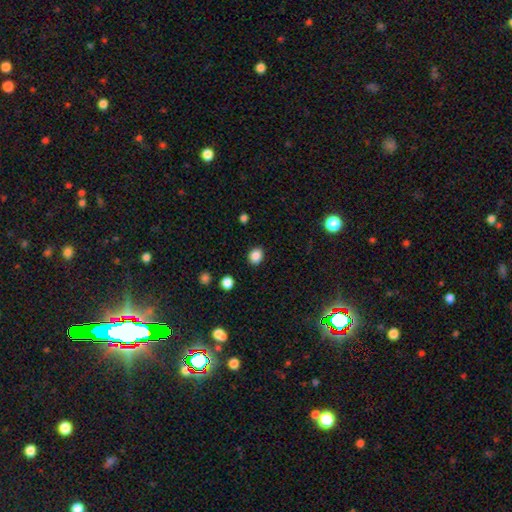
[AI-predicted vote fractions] Smooth or featured: smooth — 87% (star or artifact — 10%)
How rounded: round — 58% (in between — 41%)
Merging: none — 88% (minor disturbance — 8%)